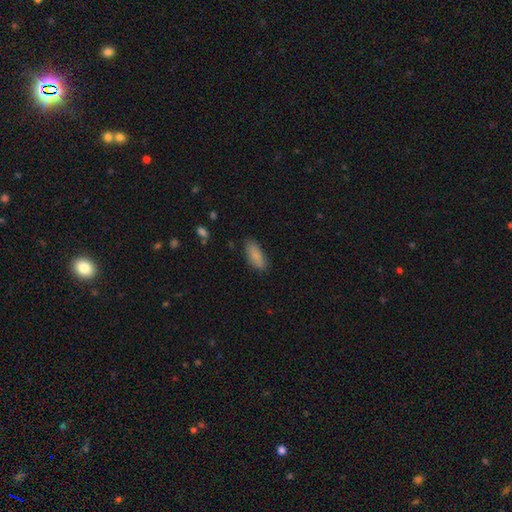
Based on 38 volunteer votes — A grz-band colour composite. It shows a smooth galaxy with no disk features (95%) that is in between round and cigar-shaped (81%). Merging: none (92%).